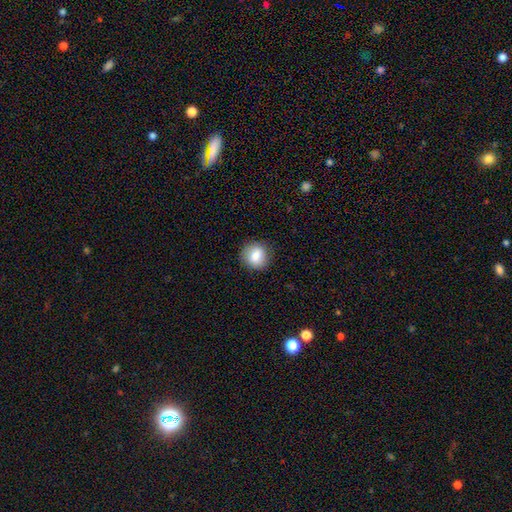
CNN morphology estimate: smooth-or-featured: smooth: 81% | featured or disk: 10% | star or artifact: 8%
  how-rounded: round: 83% | in between: 16% | cigar-shaped: 1%
  merging: none: 86% | minor disturbance: 10% | major disturbance: 3% | merger: 1%